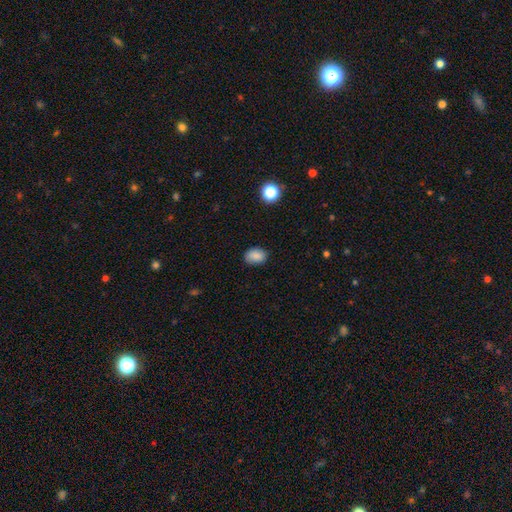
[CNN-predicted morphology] This is clearly a smooth galaxy (86%). How rounded: likely in between (71%). Merging: clearly none (84%).